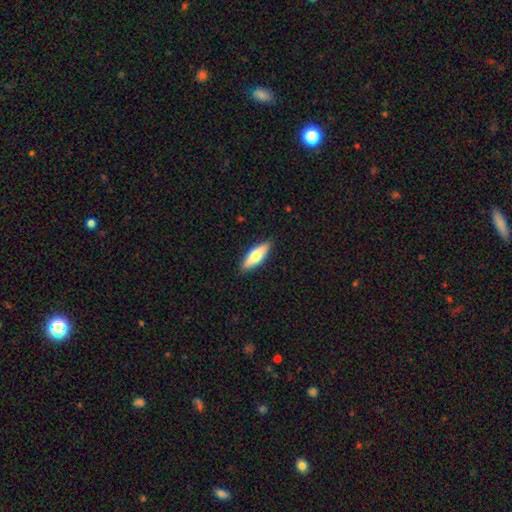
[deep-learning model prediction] This appears to be a smooth galaxy with no disk features (55%) that is cigar-shaped (52%). Merging: none (89%).